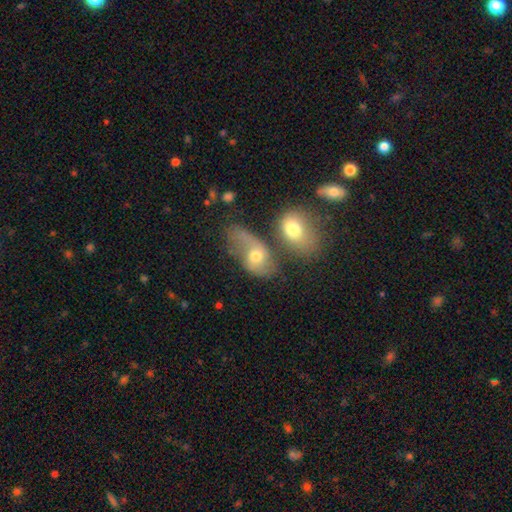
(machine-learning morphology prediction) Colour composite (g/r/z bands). It shows a smooth galaxy with no disk features (55%) that is in between round and cigar-shaped (74%). Merging: merger (51%).